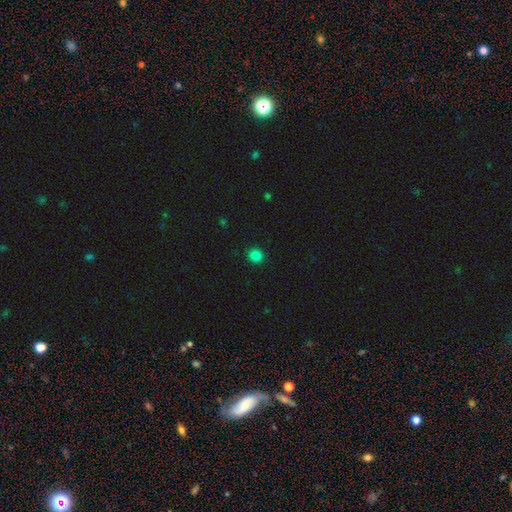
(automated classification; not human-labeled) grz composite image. It shows a smooth galaxy with no disk features (84%) that is round (89%). Merging: none (92%).